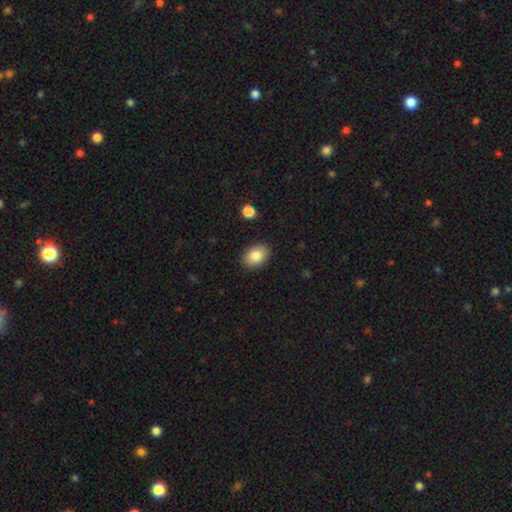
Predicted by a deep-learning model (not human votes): Q: Smooth or featured?
A: smooth (85%); runner-up: star or artifact (8%)
Q: How rounded?
A: in between (80%); runner-up: round (19%)
Q: Merging?
A: none (88%); runner-up: minor disturbance (9%)